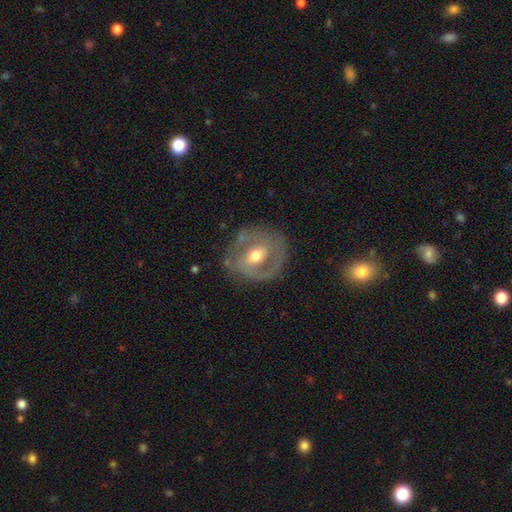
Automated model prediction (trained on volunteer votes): Smooth or featured?
  - featured or disk: 70% *
  - smooth: 25%
  - star or artifact: 5%
Edge-on disk?
  - no: 96% *
  - yes: 4%
Bar?
  - weak: 43% *
  - no: 39%
  - strong: 18%
Spiral arms?
  - yes: 62% *
  - no: 38%
Bulge size?
  - moderate: 75% *
  - small: 17%
  - large: 7%
  - none: 1%
  - dominant: 1%
Merging?
  - none: 71% *
  - minor disturbance: 18%
  - major disturbance: 9%
  - merger: 2%